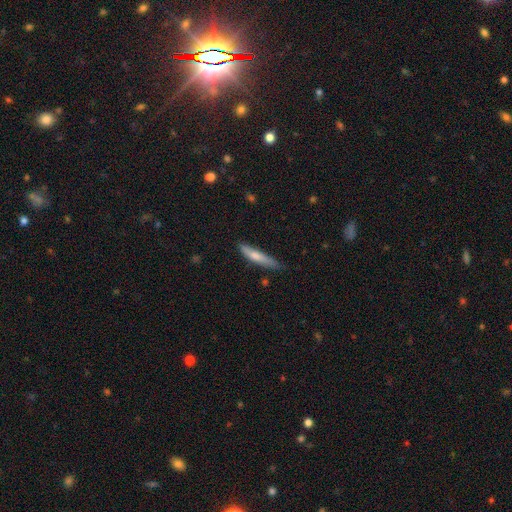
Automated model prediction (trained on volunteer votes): smooth_or_featured: smooth (p=0.69) [alt: featured or disk p=0.25]
how_rounded: cigar-shaped (p=0.88) [alt: in between p=0.11]
merging: none (p=0.69) [alt: minor disturbance p=0.24]